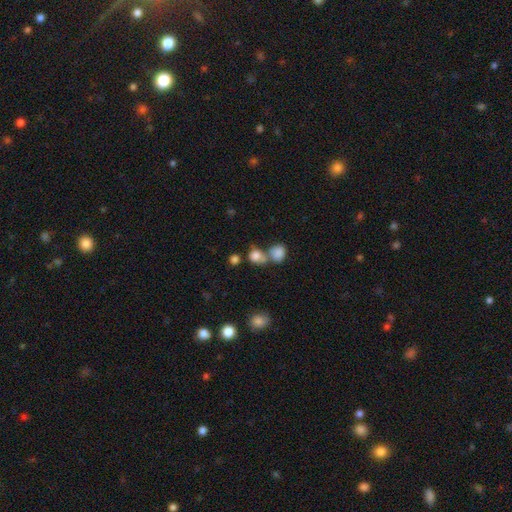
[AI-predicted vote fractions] Smooth or featured: smooth — 80% (star or artifact — 12%)
How rounded: round — 73% (in between — 25%)
Merging: merger — 44% (none — 42%)